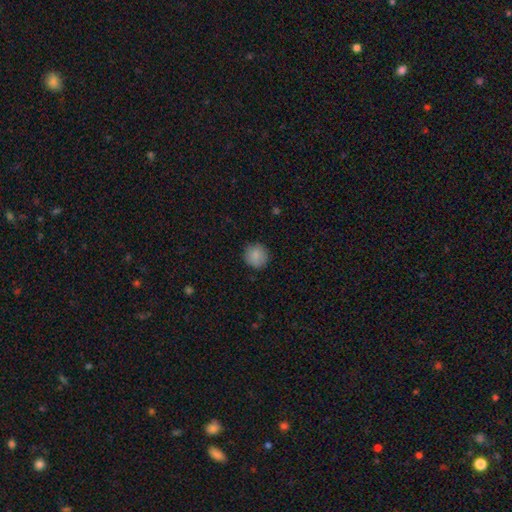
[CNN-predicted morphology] Smooth or featured? Predicted: smooth (p=0.86). How rounded? Predicted: round (p=0.93). Merging? Predicted: none (p=0.87).